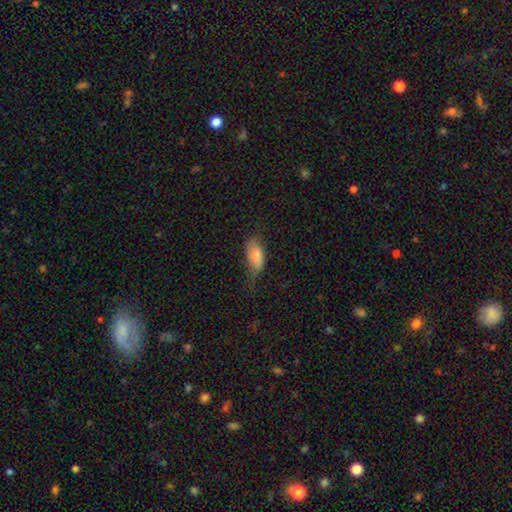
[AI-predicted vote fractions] Q: Smooth or featured?
A: smooth (79%); runner-up: featured or disk (14%)
Q: How rounded?
A: in between (89%); runner-up: cigar-shaped (8%)
Q: Merging?
A: minor disturbance (39%); runner-up: none (38%)